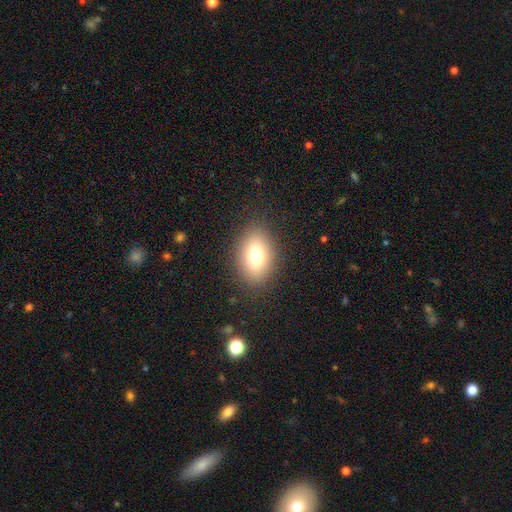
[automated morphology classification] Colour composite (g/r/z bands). It shows a smooth galaxy with no disk features (76%) that is in between round and cigar-shaped (81%). Merging: none (86%).